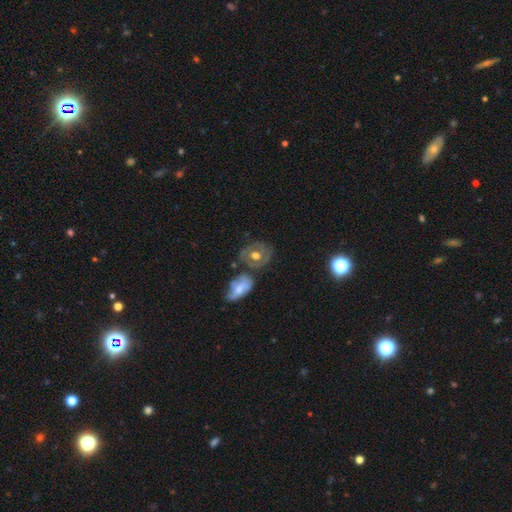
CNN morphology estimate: This is possibly a featured or disk galaxy (53%). It is clearly not viewed edge-on (93%). Merging: likely none (63%).